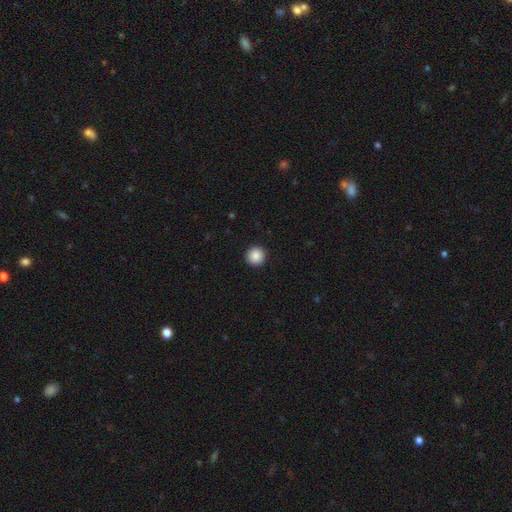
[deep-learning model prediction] This appears to be a smooth galaxy with no disk features (89%) that is round (96%). Merging: none (93%).